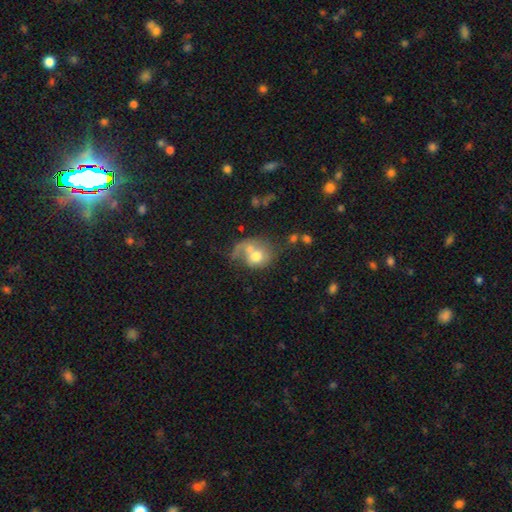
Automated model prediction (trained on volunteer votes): A smooth galaxy with no disk features (60%) that is round (59%).

Vote fractions:
- Smooth or featured? smooth: 60% / featured or disk: 31% / star or artifact: 9%
- How rounded? round: 59% / in between: 40% / cigar-shaped: 1%
- Merging? merger: 46% / none: 21% / major disturbance: 20% / minor disturbance: 14%